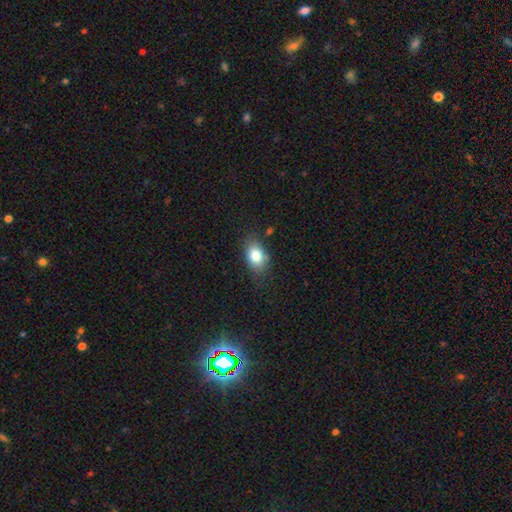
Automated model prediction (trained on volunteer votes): Smooth or featured?
  - smooth: 81% *
  - featured or disk: 10%
  - star or artifact: 9%
How rounded?
  - in between: 84% *
  - round: 14%
  - cigar-shaped: 2%
Merging?
  - none: 78% *
  - minor disturbance: 16%
  - major disturbance: 4%
  - merger: 2%